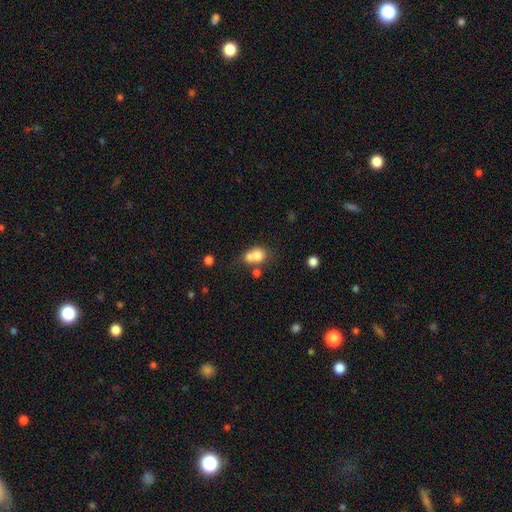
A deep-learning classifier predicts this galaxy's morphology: A smooth galaxy with no disk features (72%) that is round (67%).

Vote fractions:
- Smooth or featured? smooth: 72% / featured or disk: 17% / star or artifact: 11%
- How rounded? round: 67% / in between: 32% / cigar-shaped: 1%
- Merging? merger: 57% / none: 29% / minor disturbance: 8% / major disturbance: 5%